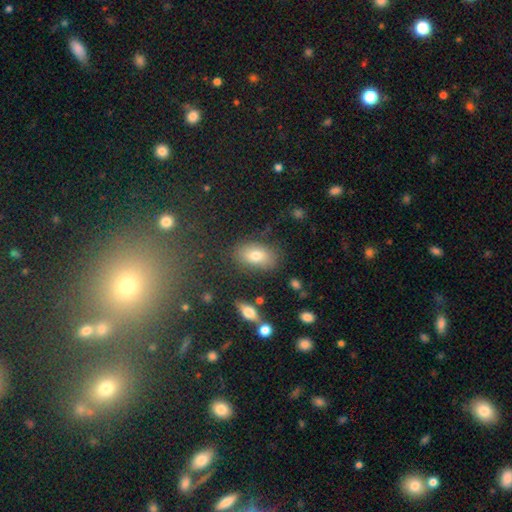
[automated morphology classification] A smooth galaxy with no disk features (74%) that is in between round and cigar-shaped (88%).

Vote fractions:
- Smooth or featured? smooth: 74% / featured or disk: 17% / star or artifact: 9%
- How rounded? in between: 88% / round: 9% / cigar-shaped: 2%
- Merging? none: 78% / minor disturbance: 14% / major disturbance: 5% / merger: 4%